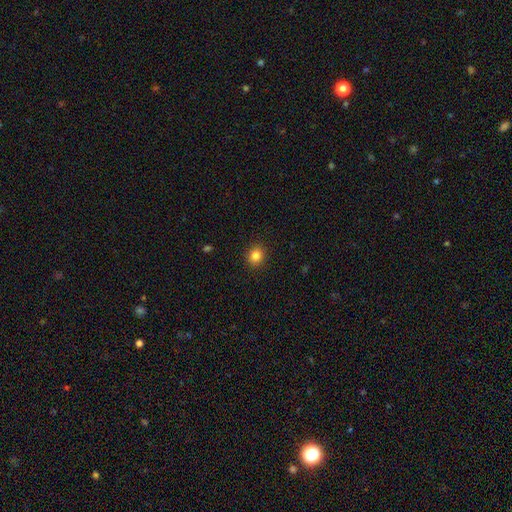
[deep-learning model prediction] Smooth or featured: smooth — 84% (star or artifact — 11%)
How rounded: round — 81% (in between — 19%)
Merging: none — 91% (minor disturbance — 6%)